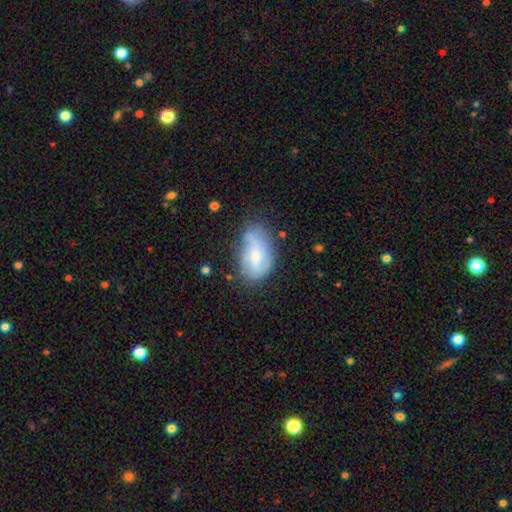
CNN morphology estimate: type=smooth (48%); merging=none (45%).